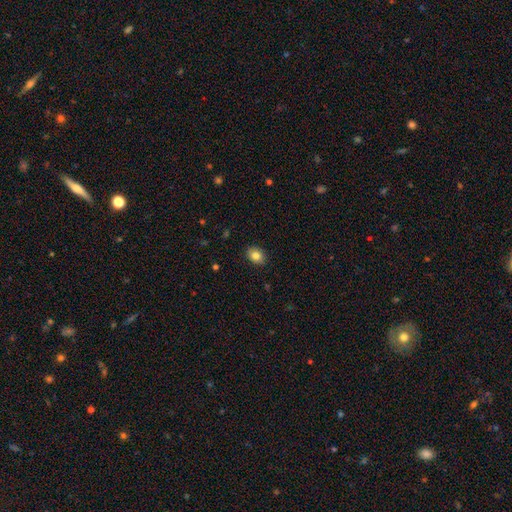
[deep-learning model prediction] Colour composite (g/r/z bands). It shows a smooth galaxy with no disk features (83%) that is in between round and cigar-shaped (58%). Merging: none (89%).